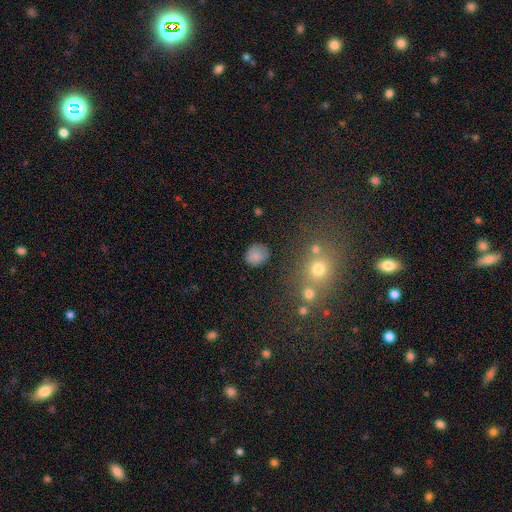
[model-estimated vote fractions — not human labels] smooth_or_featured: smooth (p=0.83) [alt: star or artifact p=0.10]
how_rounded: round (p=0.66) [alt: in between p=0.33]
merging: none (p=0.82) [alt: minor disturbance p=0.12]